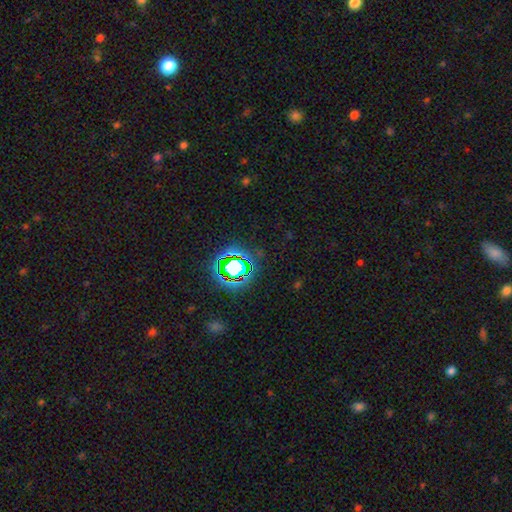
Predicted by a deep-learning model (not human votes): Smooth or featured? star or artifact (78%)